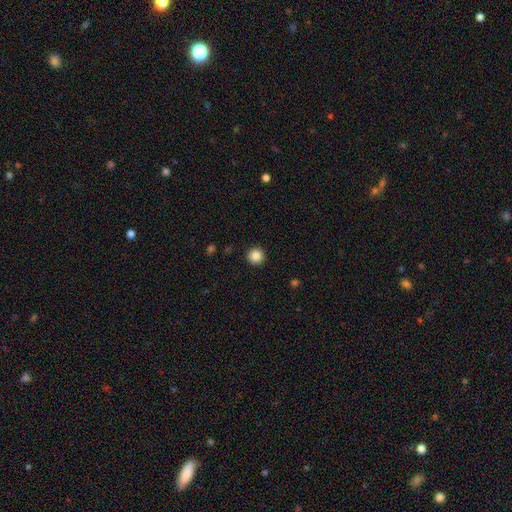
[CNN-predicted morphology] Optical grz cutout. It shows a smooth galaxy with no disk features (87%) that is round (96%). Merging: none (93%).